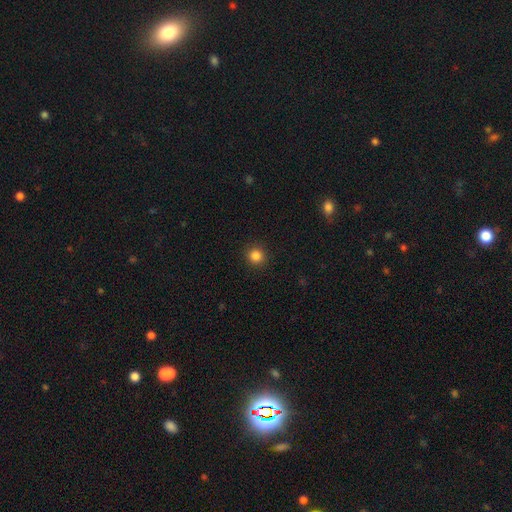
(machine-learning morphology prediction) Overall: smooth (85%). How rounded: round (93%). Merging: none (92%).